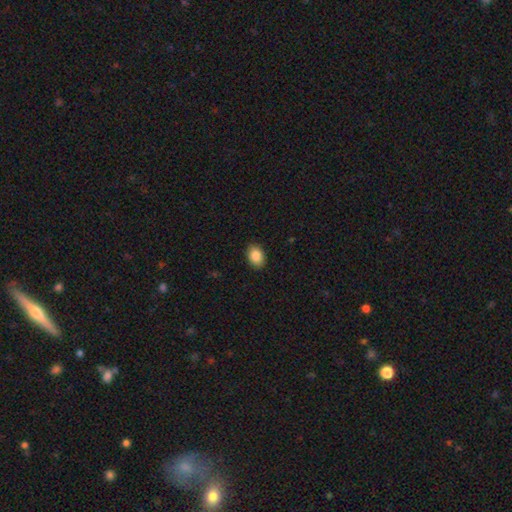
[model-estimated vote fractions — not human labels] This is clearly a smooth galaxy (87%). How rounded: clearly in between (81%). Merging: clearly none (89%).